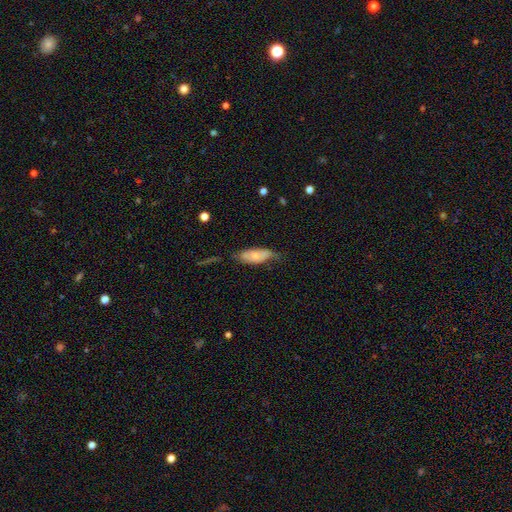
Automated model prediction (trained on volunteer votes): This is possibly a smooth galaxy (59%). How rounded: likely in between (79%). Merging: possibly none (46%).